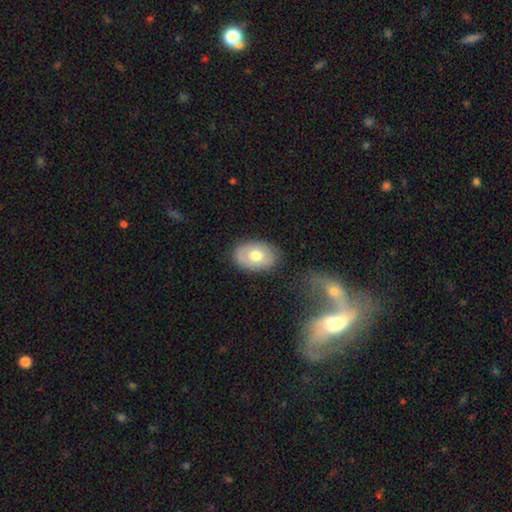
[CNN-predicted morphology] Smooth or featured? smooth (59%)
How rounded? in between (81%)
Merging? none (81%)